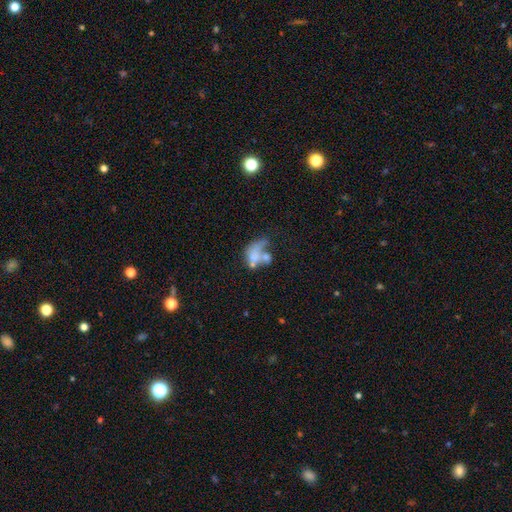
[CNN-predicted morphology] Overall: smooth (49%; featured or disk 38%). Merging: merger (45%; major disturbance 27%).